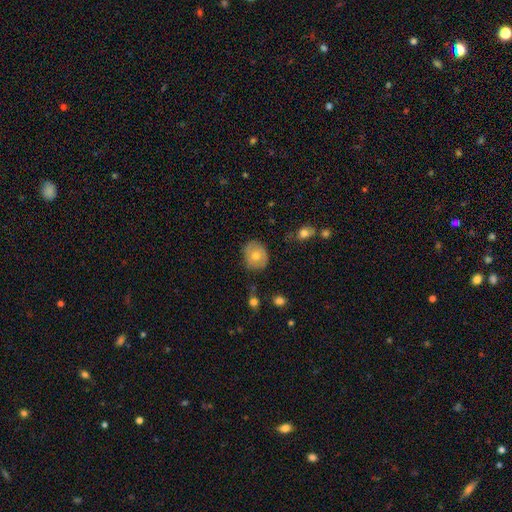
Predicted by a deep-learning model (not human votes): The model was most divided on "how rounded": round: 62%, in between: 37%, cigar-shaped: 1%. More confident: merging — none (78%); smooth or featured — smooth (60%).